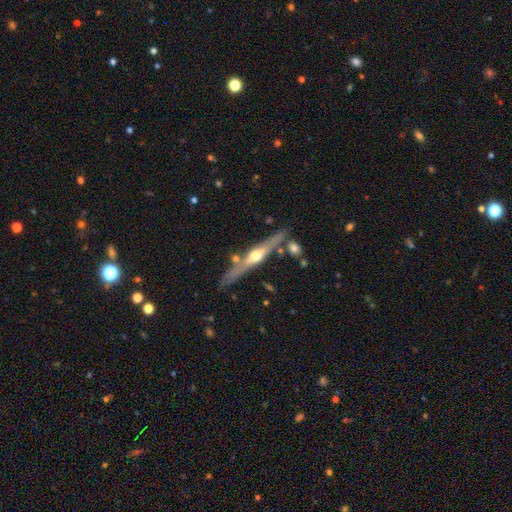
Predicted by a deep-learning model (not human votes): Smooth or featured? featured or disk (72%)
Edge-on disk? yes (95%)
Edge-on bulge? rounded (91%)
Merging? none (79%)